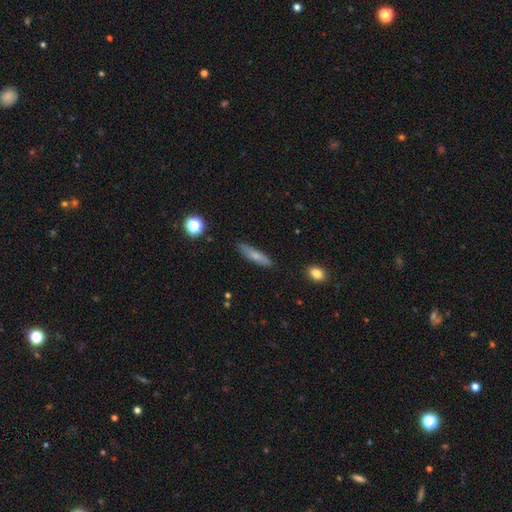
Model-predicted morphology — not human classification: Overall: smooth (70%). How rounded: cigar-shaped (77%). Merging: none (85%).